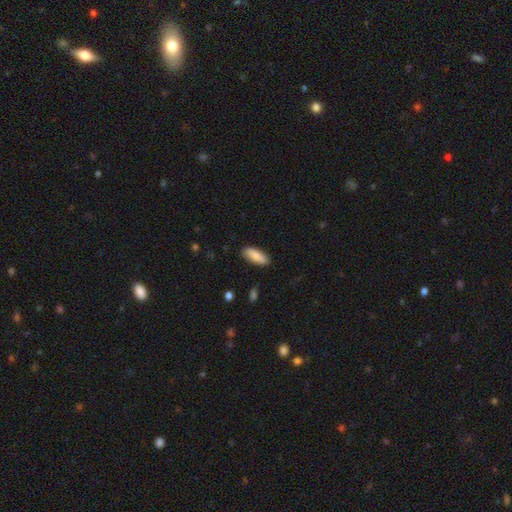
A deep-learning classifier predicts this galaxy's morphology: Smooth or featured? smooth (83%)
How rounded? in between (68%)
Merging? none (86%)